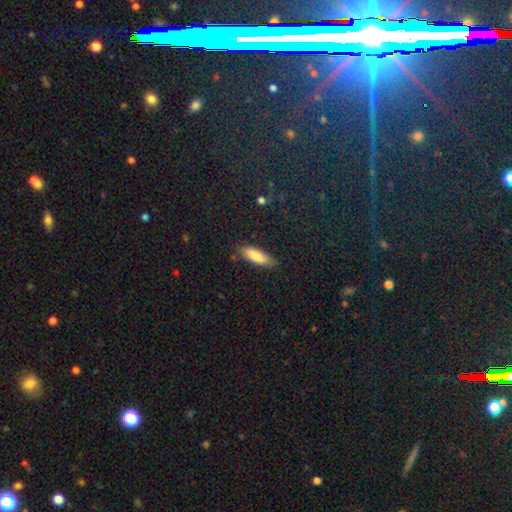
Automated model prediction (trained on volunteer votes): Q: Smooth or featured?
A: smooth (81%); runner-up: featured or disk (12%)
Q: How rounded?
A: in between (58%); runner-up: cigar-shaped (41%)
Q: Merging?
A: none (78%); runner-up: minor disturbance (17%)